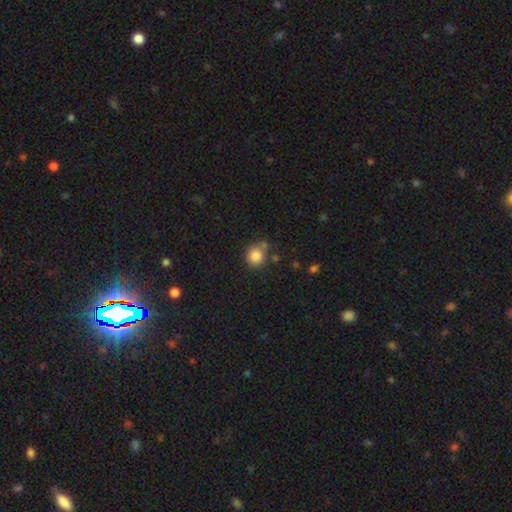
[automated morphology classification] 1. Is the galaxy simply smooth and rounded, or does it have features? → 84% smooth, 10% star or artifact, 5% featured or disk.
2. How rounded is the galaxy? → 83% round, 16% in between, 1% cigar-shaped.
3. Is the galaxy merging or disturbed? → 64% none, 17% minor disturbance, 13% merger, 5% major disturbance.